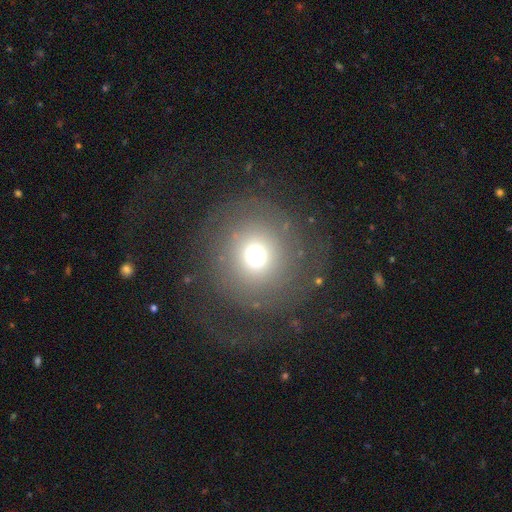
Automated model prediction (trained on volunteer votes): A smooth galaxy with no disk features (63%) that is round (91%).

Vote fractions:
- Smooth or featured? smooth: 63% / star or artifact: 22% / featured or disk: 15%
- How rounded? round: 91% / in between: 8% / cigar-shaped: 1%
- Merging? none: 78% / minor disturbance: 10% / major disturbance: 10% / merger: 2%